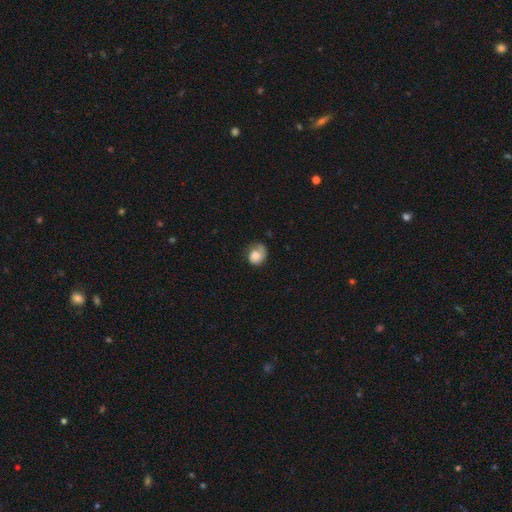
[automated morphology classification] type=smooth (68%); roundness=round (60%); merging=none (42%).